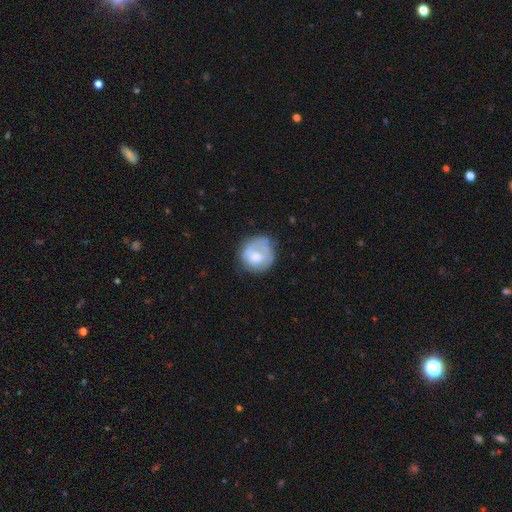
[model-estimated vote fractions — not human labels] Morphology: type=smooth (58%); roundness=round (84%); merging=none (56%).